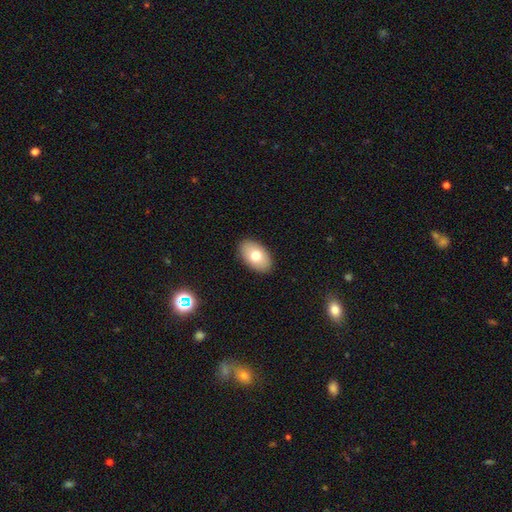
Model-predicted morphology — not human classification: This appears to be a smooth galaxy with no disk features (73%) that is in between round and cigar-shaped (92%). Merging: none (89%).